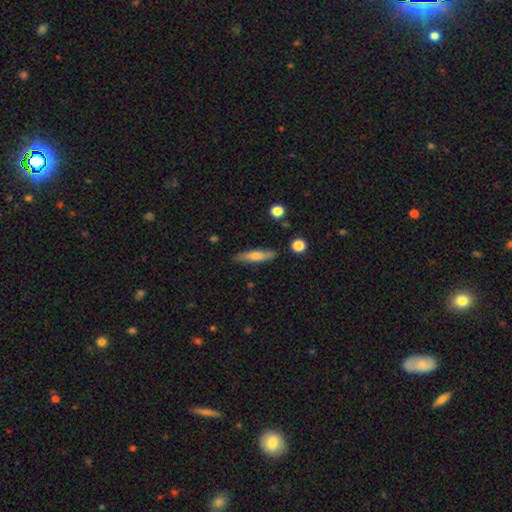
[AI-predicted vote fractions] Smooth or featured? smooth (56%)
How rounded? cigar-shaped (81%)
Merging? none (86%)